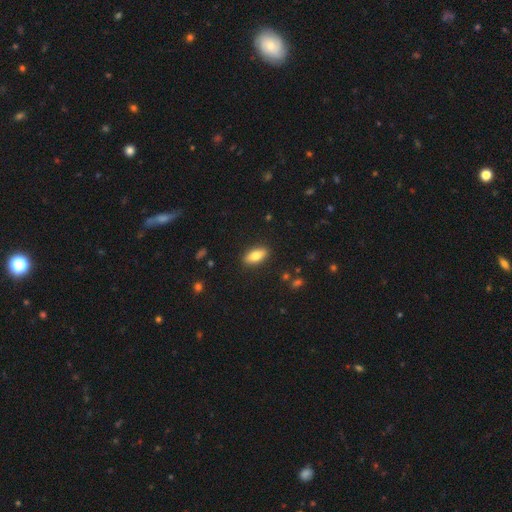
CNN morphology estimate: smooth 74%, featured or disk 19%, star or artifact 7%. Down the decision tree: how rounded — in between (82%); merging — none (89%).